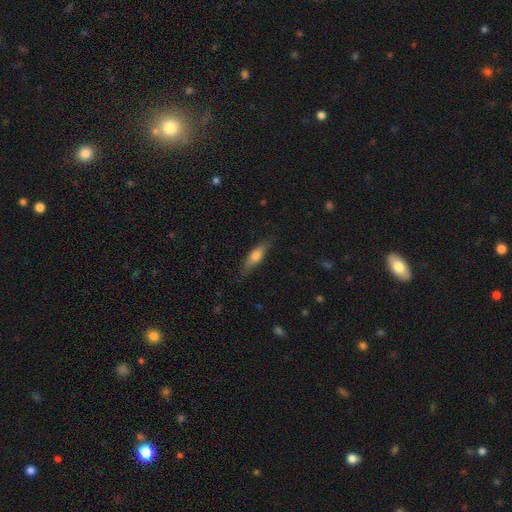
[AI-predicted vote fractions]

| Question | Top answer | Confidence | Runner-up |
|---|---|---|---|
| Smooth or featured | smooth | 63% | featured or disk (31%) |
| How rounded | cigar-shaped | 56% | in between (42%) |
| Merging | none | 79% | minor disturbance (16%) |